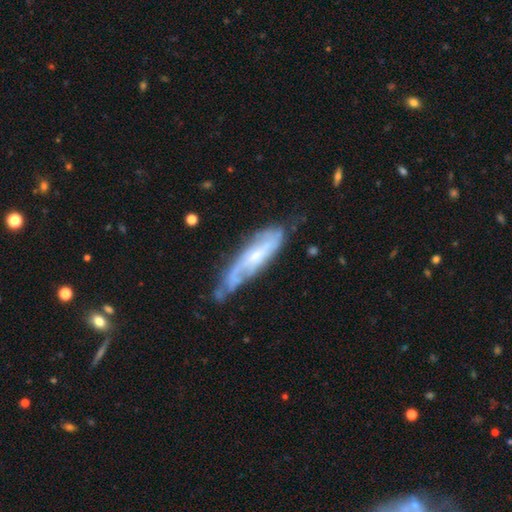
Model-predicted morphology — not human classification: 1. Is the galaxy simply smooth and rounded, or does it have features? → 77% featured or disk, 17% smooth, 6% star or artifact.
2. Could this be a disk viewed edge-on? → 73% no, 27% yes.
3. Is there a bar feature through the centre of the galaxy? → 54% no, 34% weak, 12% strong.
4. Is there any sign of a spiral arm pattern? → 91% yes, 9% no.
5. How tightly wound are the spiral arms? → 41% medium, 37% tight, 22% loose.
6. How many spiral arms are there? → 47% 2, 33% can't tell, 9% 3, 5% 1, 3% 4, 2% more than 4.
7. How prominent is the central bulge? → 67% small, 27% moderate, 3% none, 1% large, 1% dominant.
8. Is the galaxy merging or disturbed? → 58% none, 28% minor disturbance, 10% major disturbance, 3% merger.